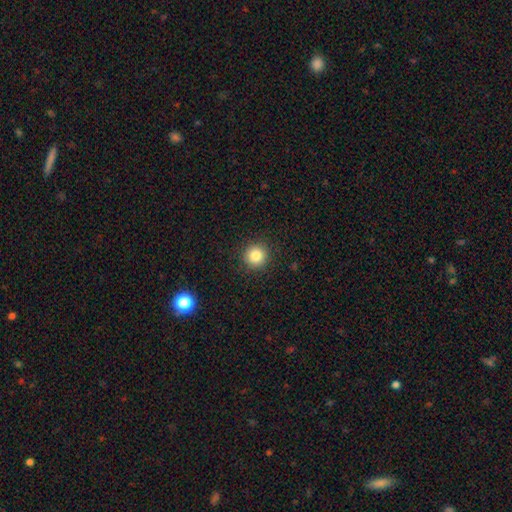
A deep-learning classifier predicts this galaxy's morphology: Q: Smooth or featured?
A: smooth (84%); runner-up: star or artifact (10%)
Q: How rounded?
A: round (94%); runner-up: in between (5%)
Q: Merging?
A: none (91%); runner-up: minor disturbance (6%)